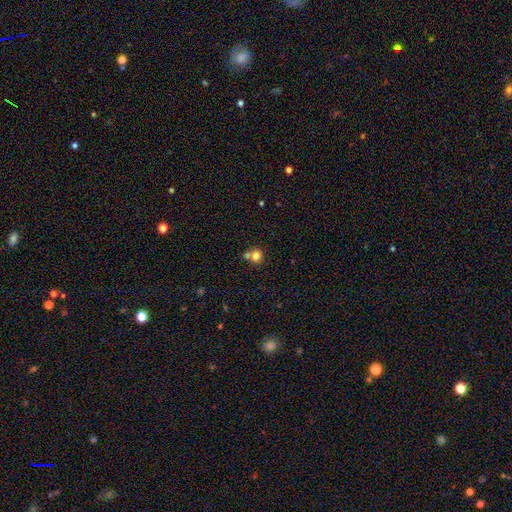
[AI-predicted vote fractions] Smooth or featured?
  - smooth: 78% *
  - star or artifact: 12%
  - featured or disk: 10%
How rounded?
  - round: 87% *
  - in between: 12%
  - cigar-shaped: 1%
Merging?
  - none: 47% *
  - merger: 43%
  - minor disturbance: 7%
  - major disturbance: 3%